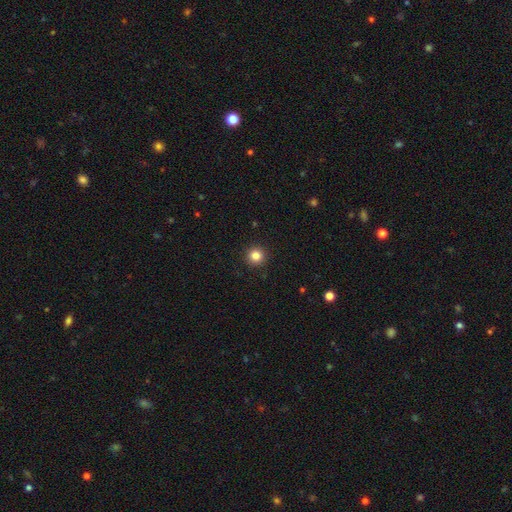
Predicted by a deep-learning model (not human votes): Overall: smooth (83%). How rounded: round (95%). Merging: none (93%).